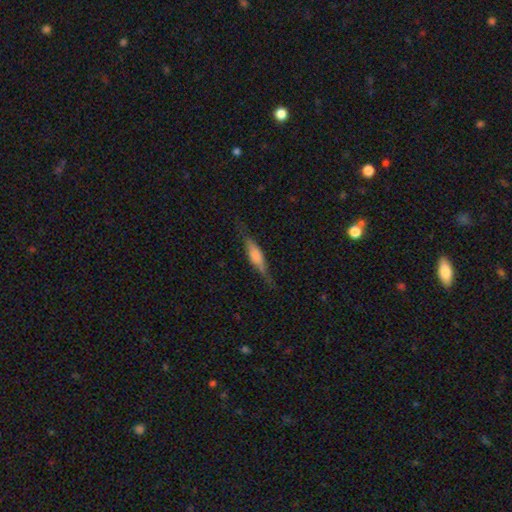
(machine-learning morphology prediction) The model was most divided on "smooth or featured": smooth: 47%, featured or disk: 45%, star or artifact: 7%. More confident: merging — none (74%).